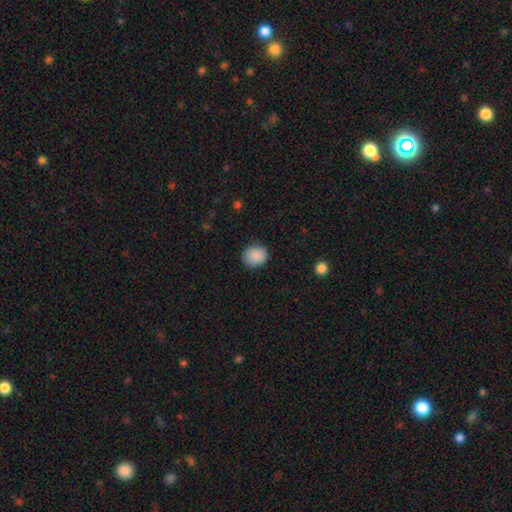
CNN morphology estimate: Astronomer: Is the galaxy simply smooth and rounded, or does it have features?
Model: smooth — 89%.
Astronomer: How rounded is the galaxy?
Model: round — 79%.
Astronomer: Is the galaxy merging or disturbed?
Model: none — 87%.